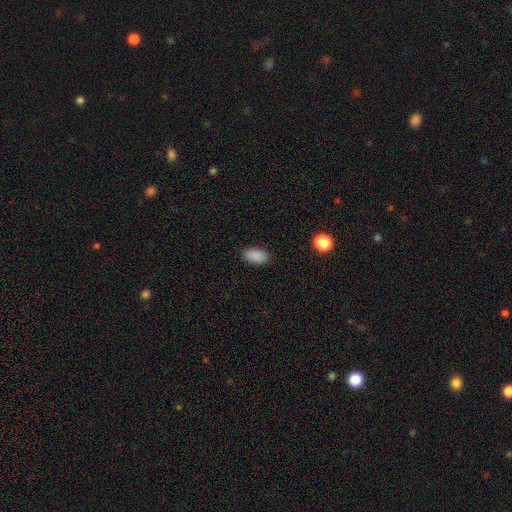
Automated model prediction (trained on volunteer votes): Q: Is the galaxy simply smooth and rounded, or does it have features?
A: smooth — 88%.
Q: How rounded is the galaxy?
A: in between — 93%.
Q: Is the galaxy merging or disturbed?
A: none — 88%.